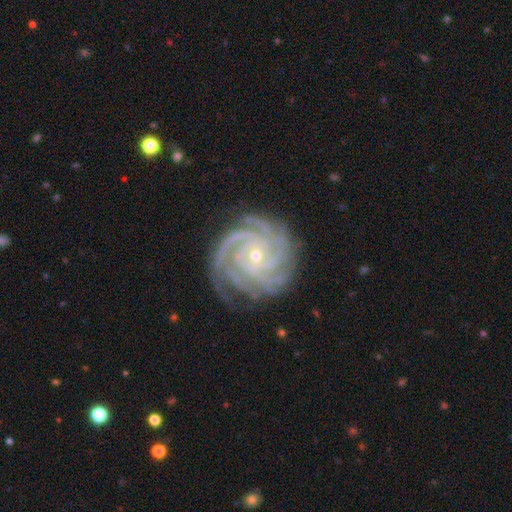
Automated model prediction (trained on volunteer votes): Morphology: type=featured or disk (92%); edge-on=no (98%); bar=no (66%); spiral arms=yes (99%); winding=tight (80%); arm count=4 (40%); bulge=small (73%); merging=none (81%).